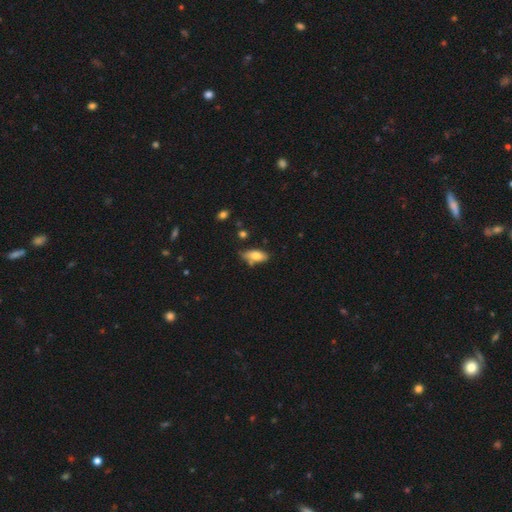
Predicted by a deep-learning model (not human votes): Q: Smooth or featured?
A: smooth (75%); runner-up: featured or disk (18%)
Q: How rounded?
A: in between (83%); runner-up: cigar-shaped (14%)
Q: Merging?
A: none (58%); runner-up: minor disturbance (27%)